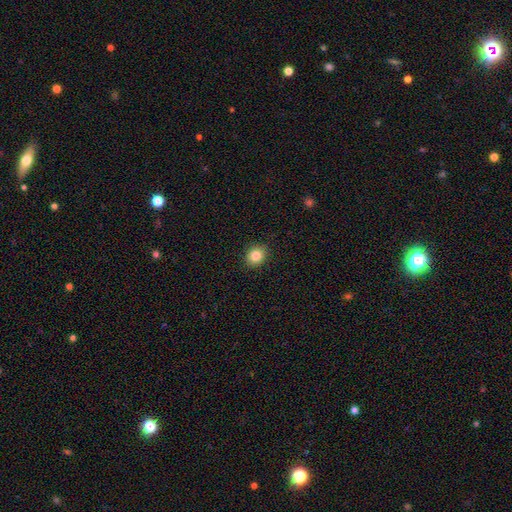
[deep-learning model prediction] smooth-or-featured: smooth: 84% | star or artifact: 10% | featured or disk: 6%
  how-rounded: round: 68% | in between: 31% | cigar-shaped: 1%
  merging: none: 90% | minor disturbance: 7% | major disturbance: 2% | merger: 1%